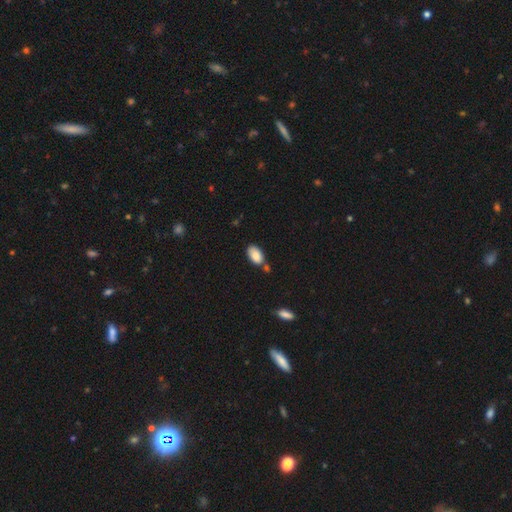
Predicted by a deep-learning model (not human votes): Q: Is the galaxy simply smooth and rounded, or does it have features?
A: smooth — 86%.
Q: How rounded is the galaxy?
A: in between — 94%.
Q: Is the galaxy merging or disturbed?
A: none — 61%.